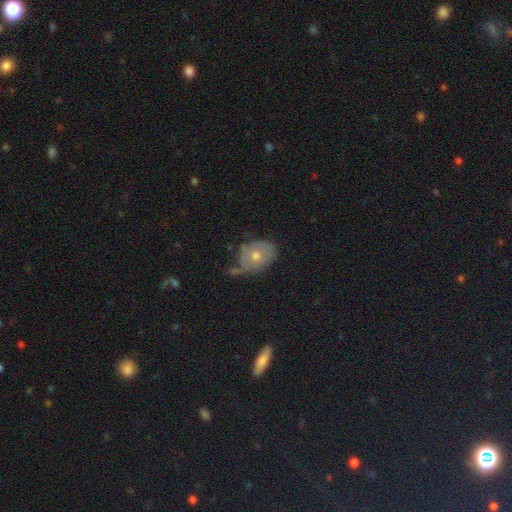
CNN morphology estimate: A smooth galaxy with no disk features (47%). Merging: none (51%).